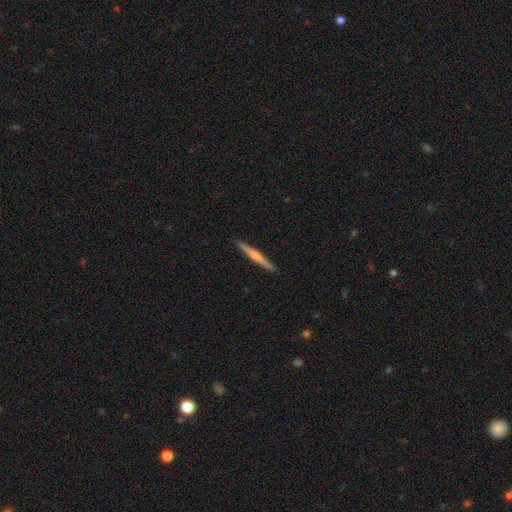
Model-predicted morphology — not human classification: featured or disk 52%, smooth 43%, star or artifact 5%. Down the decision tree: edge-on disk — yes (98%); edge-on bulge — rounded (53%); merging — none (92%).